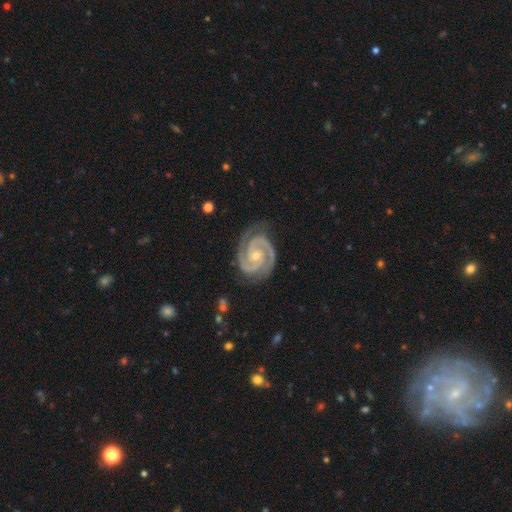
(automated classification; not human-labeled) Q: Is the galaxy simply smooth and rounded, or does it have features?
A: featured or disk — 94%.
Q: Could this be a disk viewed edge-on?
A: no — 98%.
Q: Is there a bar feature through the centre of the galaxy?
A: no — 63%.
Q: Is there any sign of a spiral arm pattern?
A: yes — 99%.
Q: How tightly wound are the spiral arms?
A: tight — 70%.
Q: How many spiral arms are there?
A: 2 — 92%.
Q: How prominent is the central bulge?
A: small — 60%.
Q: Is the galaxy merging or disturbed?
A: none — 80%.